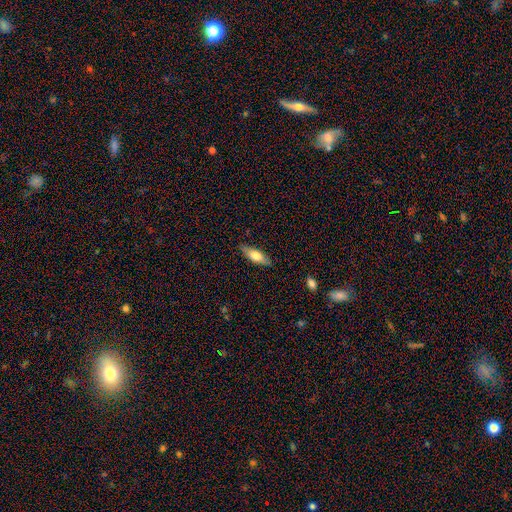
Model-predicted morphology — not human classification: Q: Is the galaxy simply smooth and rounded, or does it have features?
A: smooth — 67%.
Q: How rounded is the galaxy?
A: in between — 59%.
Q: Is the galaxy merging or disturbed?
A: none — 83%.